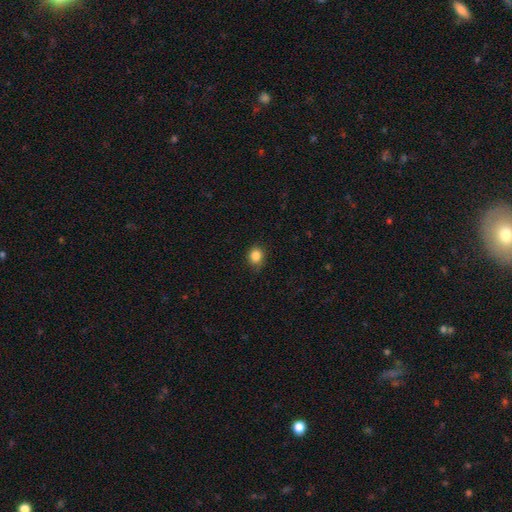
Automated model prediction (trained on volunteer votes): Smooth or featured?
  - smooth: 85% *
  - star or artifact: 10%
  - featured or disk: 4%
How rounded?
  - round: 70% *
  - in between: 29%
  - cigar-shaped: 1%
Merging?
  - none: 83% *
  - minor disturbance: 14%
  - major disturbance: 3%
  - merger: 1%